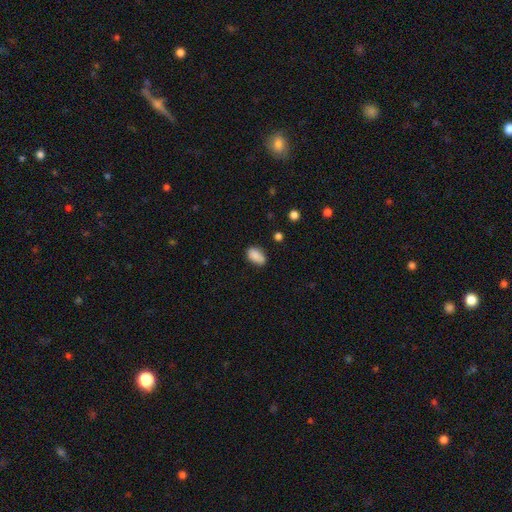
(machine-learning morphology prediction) Smooth or featured? Predicted: smooth (p=0.87). How rounded? Predicted: in between (p=0.91). Merging? Predicted: none (p=0.76).